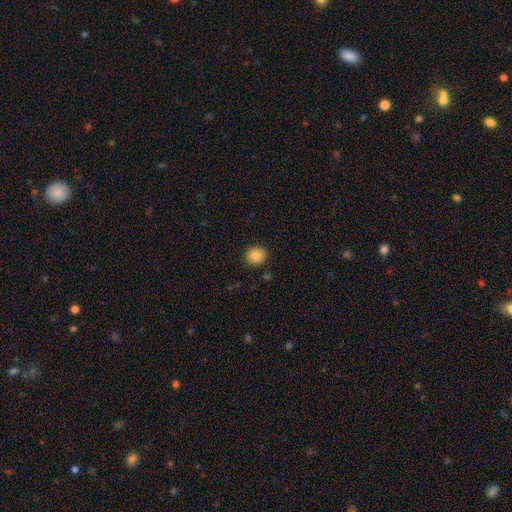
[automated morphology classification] The model was most divided on "how rounded": round: 81%, in between: 18%, cigar-shaped: 1%. More confident: merging — none (90%); smooth or featured — smooth (84%).